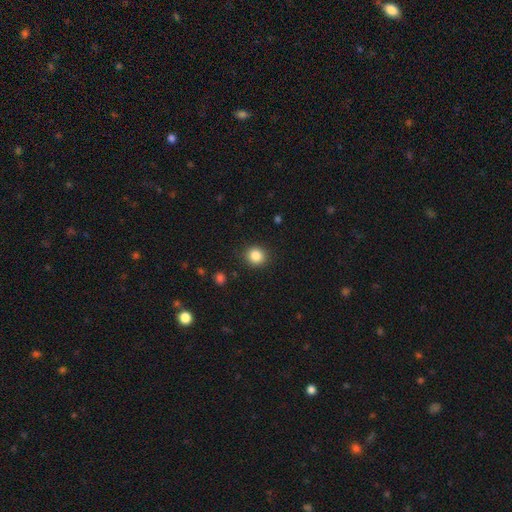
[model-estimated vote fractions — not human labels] Smooth or featured? Predicted: smooth (p=0.86). How rounded? Predicted: round (p=0.86). Merging? Predicted: none (p=0.89).